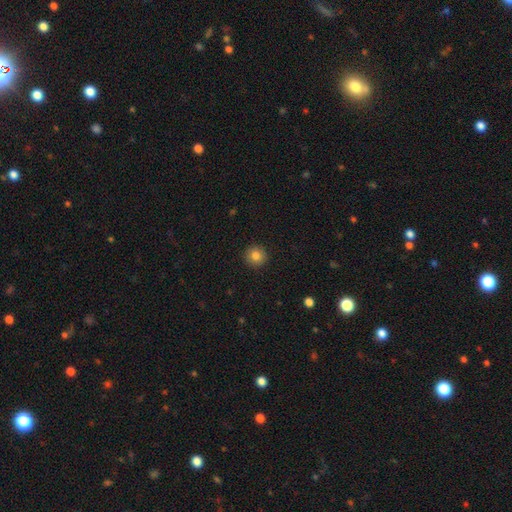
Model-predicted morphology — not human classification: smooth 83%, star or artifact 10%, featured or disk 7%. Down the decision tree: how rounded — round (94%); merging — none (92%).